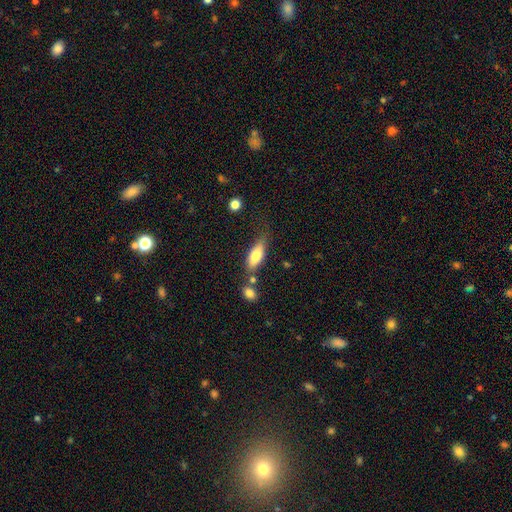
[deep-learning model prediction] smooth 73%, featured or disk 20%, star or artifact 7%. Down the decision tree: how rounded — in between (70%); merging — none (58%).